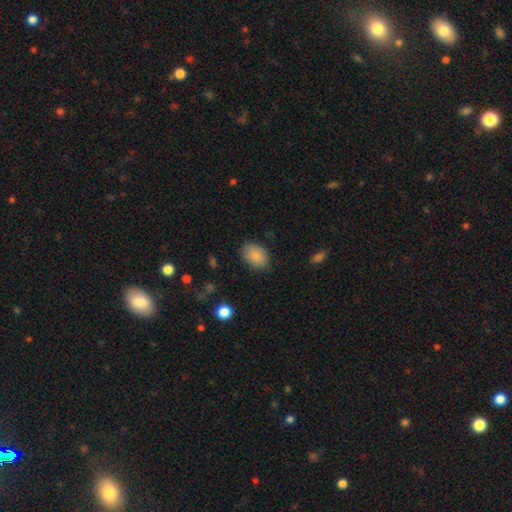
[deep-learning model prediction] Smooth or featured: smooth — 86% (star or artifact — 7%)
How rounded: in between — 79% (round — 20%)
Merging: none — 84% (minor disturbance — 12%)